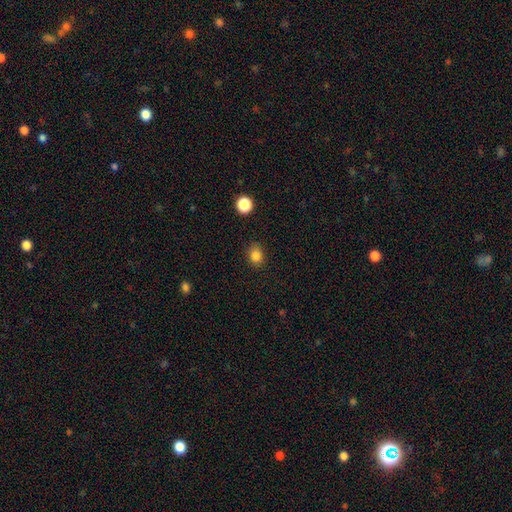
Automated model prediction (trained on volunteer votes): A smooth galaxy with no disk features (83%) that is round (54%).

Vote fractions:
- Smooth or featured? smooth: 83% / star or artifact: 12% / featured or disk: 4%
- How rounded? round: 54% / in between: 45% / cigar-shaped: 1%
- Merging? none: 84% / minor disturbance: 12% / major disturbance: 3% / merger: 1%